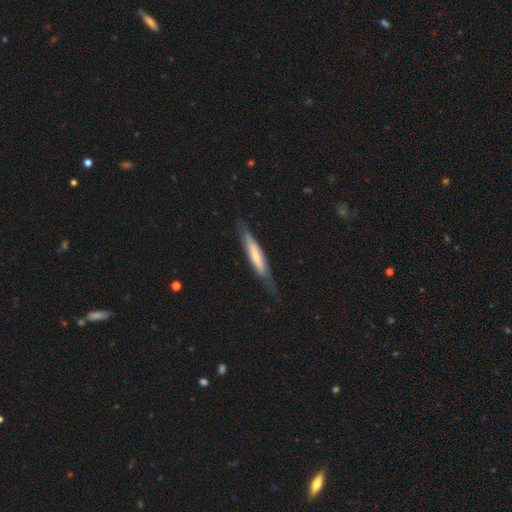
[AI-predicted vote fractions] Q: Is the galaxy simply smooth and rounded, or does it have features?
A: smooth — 50%.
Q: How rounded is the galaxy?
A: cigar-shaped — 87%.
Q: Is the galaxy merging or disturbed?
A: none — 66%.